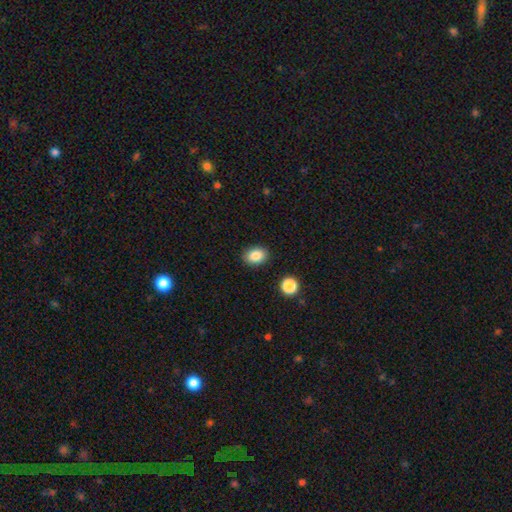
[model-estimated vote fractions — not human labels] A smooth galaxy with no disk features (86%) that is in between round and cigar-shaped (71%). Merging: none (87%).